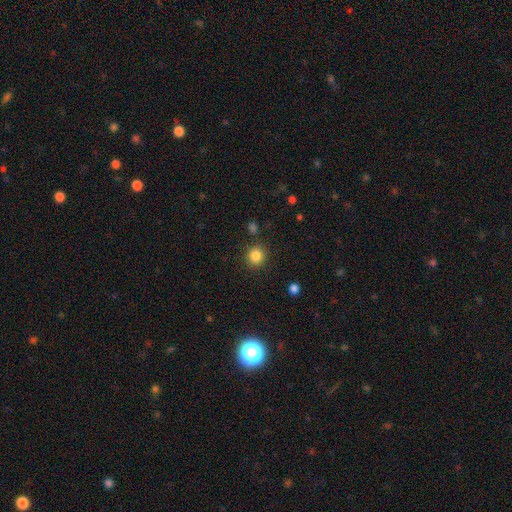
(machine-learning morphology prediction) Q: Smooth or featured?
A: smooth (85%); runner-up: star or artifact (11%)
Q: How rounded?
A: round (88%); runner-up: in between (11%)
Q: Merging?
A: none (87%); runner-up: minor disturbance (7%)